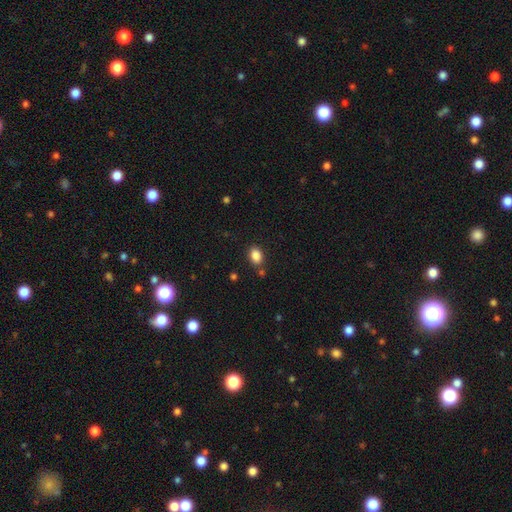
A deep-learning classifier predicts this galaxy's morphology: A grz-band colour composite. It shows a smooth galaxy with no disk features (86%) that is in between round and cigar-shaped (78%). Merging: none (79%).